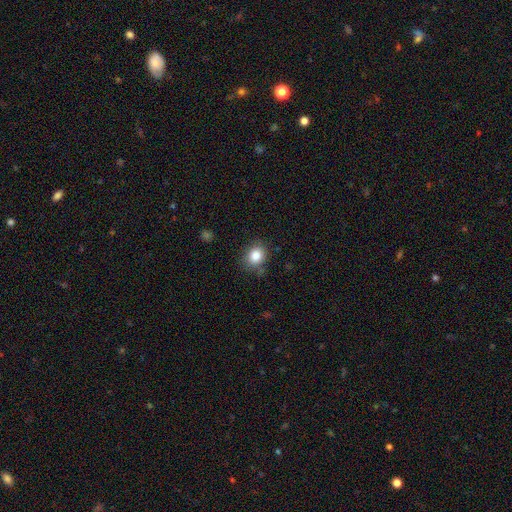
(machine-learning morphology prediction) This is clearly a smooth galaxy (85%). How rounded: likely round (60%). Merging: clearly none (80%).